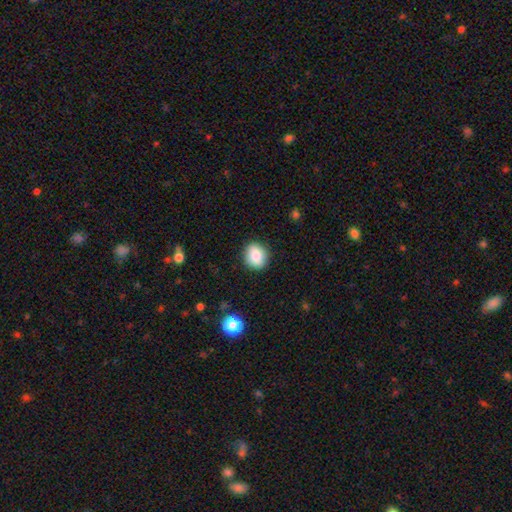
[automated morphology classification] The model was most divided on "how rounded": round: 69%, in between: 30%, cigar-shaped: 1%. More confident: merging — none (88%); smooth or featured — smooth (84%).